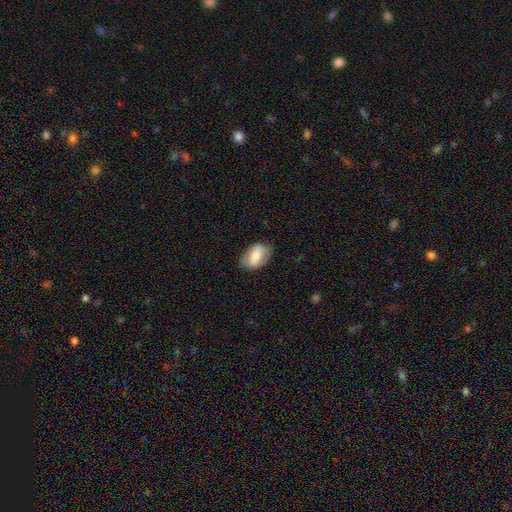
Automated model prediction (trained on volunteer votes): A smooth galaxy with no disk features (65%) that is in between round and cigar-shaped (89%).

Vote fractions:
- Smooth or featured? smooth: 65% / featured or disk: 28% / star or artifact: 7%
- How rounded? in between: 89% / round: 9% / cigar-shaped: 2%
- Merging? none: 77% / minor disturbance: 17% / major disturbance: 5% / merger: 1%